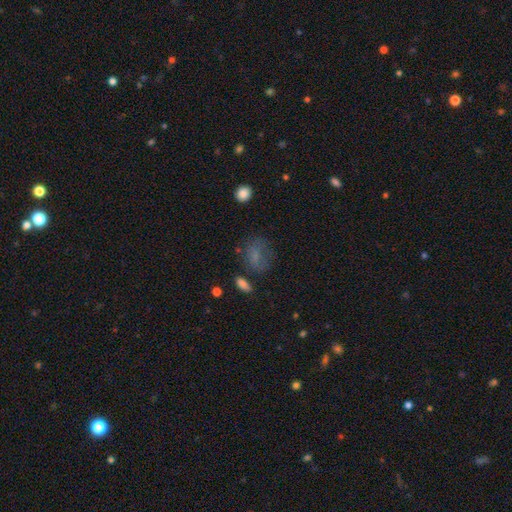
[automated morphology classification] Smooth or featured? smooth (63%)
How rounded? in between (55%)
Merging? none (54%)